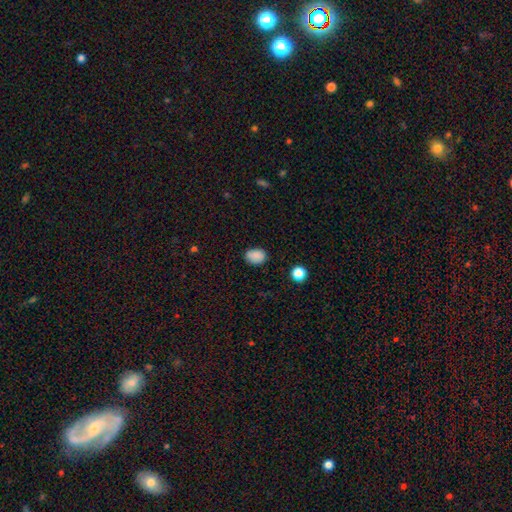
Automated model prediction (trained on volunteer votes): smooth-or-featured: smooth: 86% | star or artifact: 10% | featured or disk: 4%
  how-rounded: in between: 68% | round: 31% | cigar-shaped: 1%
  merging: none: 80% | minor disturbance: 16% | major disturbance: 3% | merger: 2%